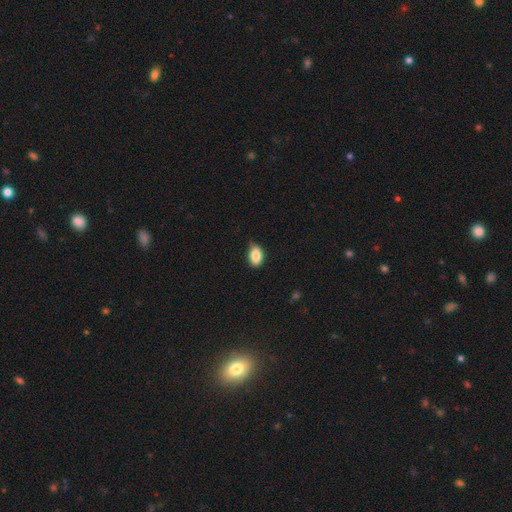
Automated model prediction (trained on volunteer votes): Morphology: type=smooth (82%); roundness=in between (85%); merging=none (63%).